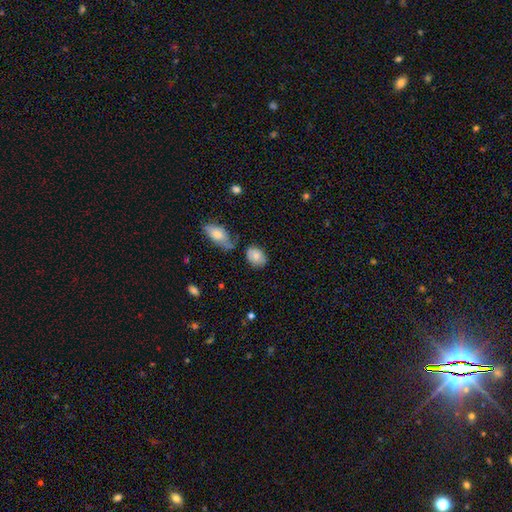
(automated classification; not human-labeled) Smooth or featured? Predicted: smooth (p=0.77). How rounded? Predicted: in between (p=0.76). Merging? Predicted: none (p=0.63).